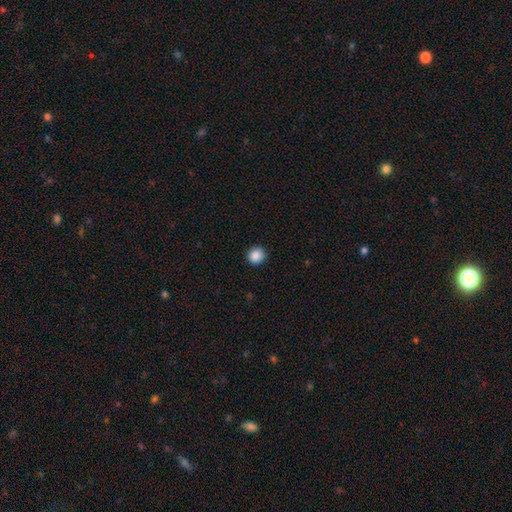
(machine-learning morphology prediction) Q: Smooth or featured?
A: smooth (88%); runner-up: star or artifact (10%)
Q: How rounded?
A: round (91%); runner-up: in between (9%)
Q: Merging?
A: none (90%); runner-up: minor disturbance (7%)